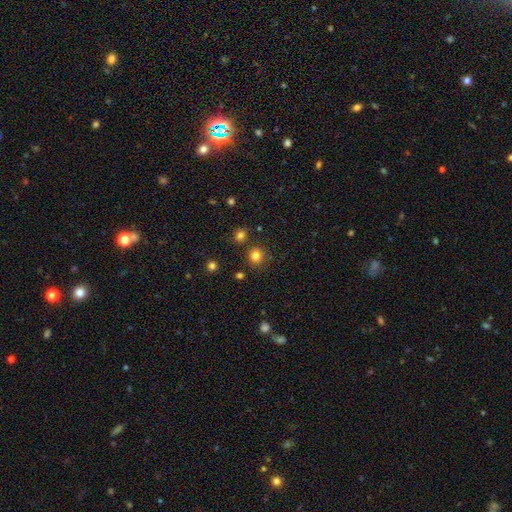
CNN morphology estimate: A smooth galaxy with no disk features (80%) that is round (90%). Merging: none (84%).